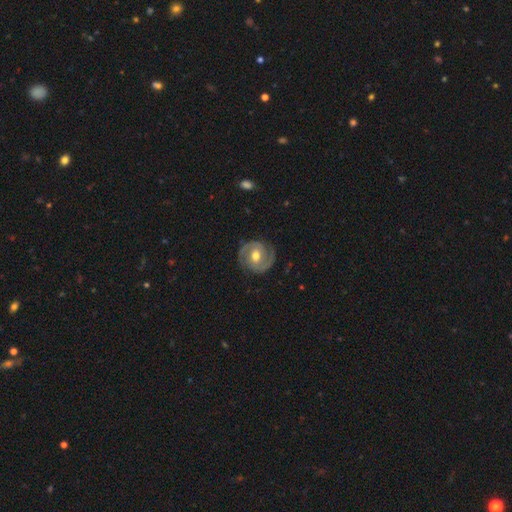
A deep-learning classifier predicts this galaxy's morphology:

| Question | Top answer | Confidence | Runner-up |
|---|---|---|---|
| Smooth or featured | featured or disk | 84% | smooth (12%) |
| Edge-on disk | no | 98% | yes (2%) |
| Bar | weak | 44% | no (40%) |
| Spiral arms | yes | 94% | no (6%) |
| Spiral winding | tight | 46% | medium (44%) |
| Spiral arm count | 2 | 90% | can't tell (4%) |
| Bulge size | moderate | 79% | small (13%) |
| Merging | none | 84% | minor disturbance (12%) |